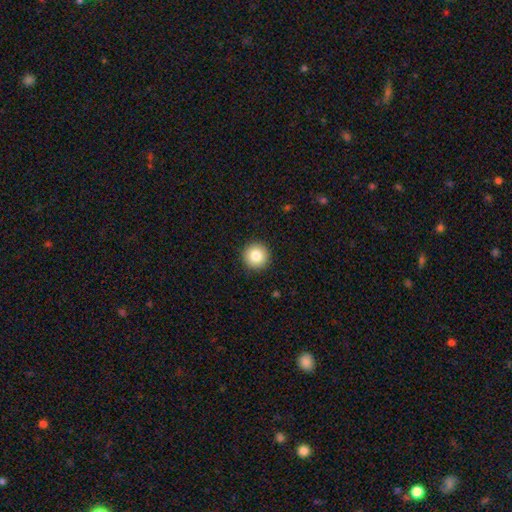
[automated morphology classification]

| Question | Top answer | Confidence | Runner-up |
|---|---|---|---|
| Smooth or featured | smooth | 83% | star or artifact (9%) |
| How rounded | round | 96% | in between (3%) |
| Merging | none | 93% | minor disturbance (5%) |